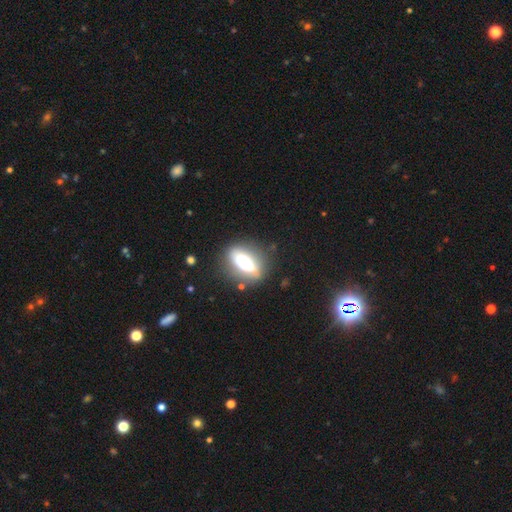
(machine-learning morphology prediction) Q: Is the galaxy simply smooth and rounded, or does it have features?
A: smooth — 55%.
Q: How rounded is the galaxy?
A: in between — 60%.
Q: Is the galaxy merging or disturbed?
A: none — 79%.